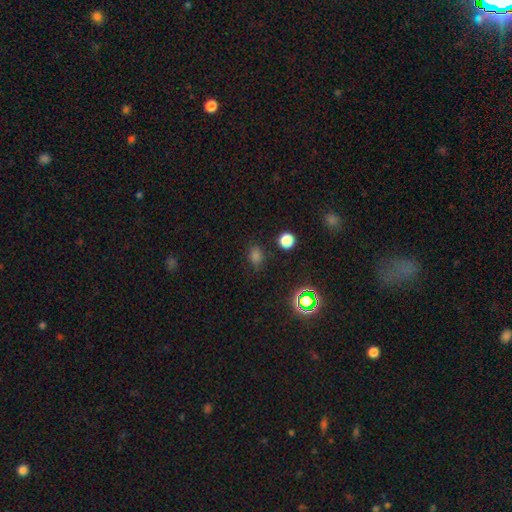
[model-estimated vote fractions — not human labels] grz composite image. It shows a smooth galaxy with no disk features (66%) that is in between round and cigar-shaped (64%). Merging: none (80%).